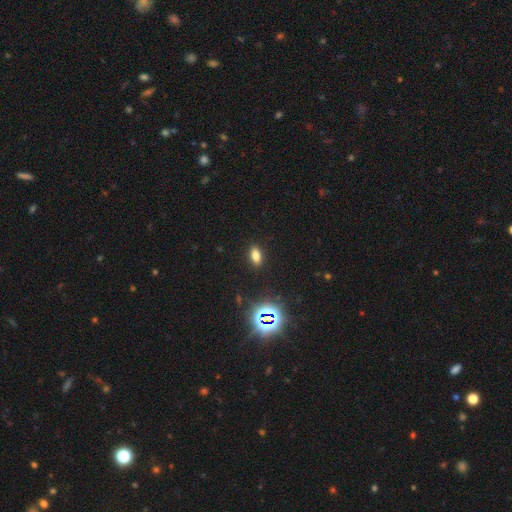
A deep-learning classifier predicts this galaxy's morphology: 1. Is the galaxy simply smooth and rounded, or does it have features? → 73% smooth, 18% star or artifact, 9% featured or disk.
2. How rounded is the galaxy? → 85% in between, 8% round, 7% cigar-shaped.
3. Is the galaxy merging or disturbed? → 89% none, 7% minor disturbance, 2% major disturbance, 1% merger.